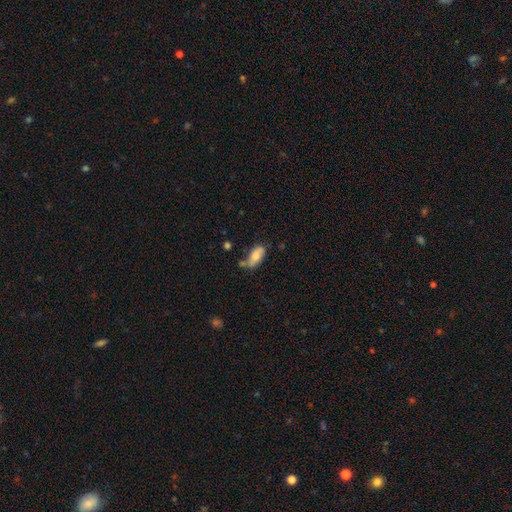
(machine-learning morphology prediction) The model was most divided on "merging": none: 49%, minor disturbance: 28%, merger: 14%, major disturbance: 9%. More confident: how rounded — in between (90%); smooth or featured — smooth (68%).